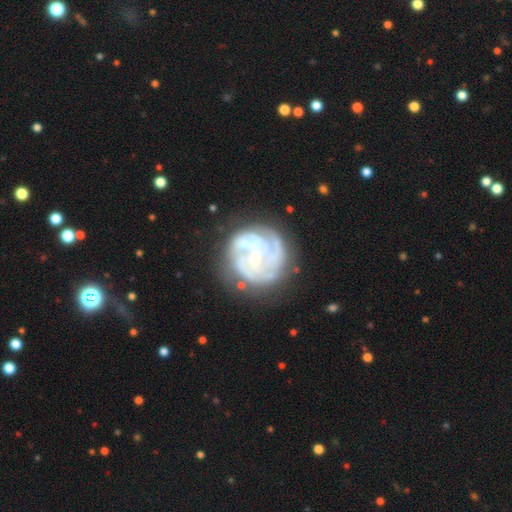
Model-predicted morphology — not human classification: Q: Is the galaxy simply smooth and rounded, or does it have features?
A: featured or disk — 80%.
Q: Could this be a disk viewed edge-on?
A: no — 98%.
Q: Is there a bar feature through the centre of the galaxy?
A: no — 70%.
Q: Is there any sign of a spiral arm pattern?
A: yes — 85%.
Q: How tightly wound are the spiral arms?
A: tight — 64%.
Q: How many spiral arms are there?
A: can't tell — 33%.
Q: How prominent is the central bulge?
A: small — 61%.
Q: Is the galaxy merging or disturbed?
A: none — 62%.